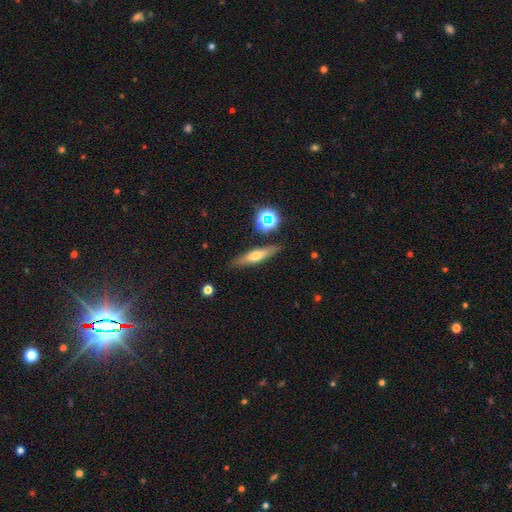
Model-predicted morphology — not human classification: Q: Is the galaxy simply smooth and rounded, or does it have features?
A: smooth — 45%, tied with featured or disk.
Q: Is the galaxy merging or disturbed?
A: none — 86%.